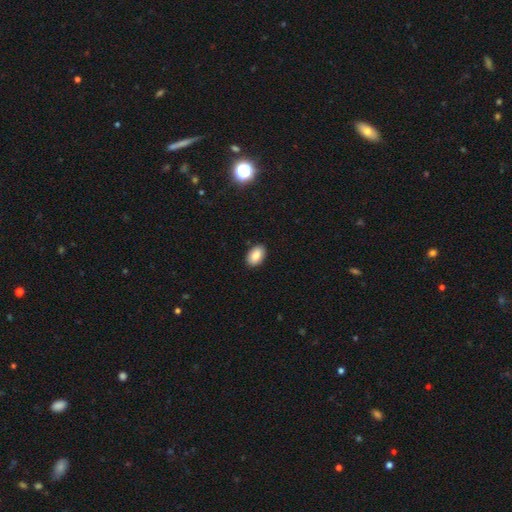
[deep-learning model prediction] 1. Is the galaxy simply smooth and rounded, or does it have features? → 84% smooth, 9% featured or disk, 7% star or artifact.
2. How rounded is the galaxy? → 88% in between, 10% round, 1% cigar-shaped.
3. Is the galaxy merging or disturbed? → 90% none, 7% minor disturbance, 2% major disturbance, 1% merger.